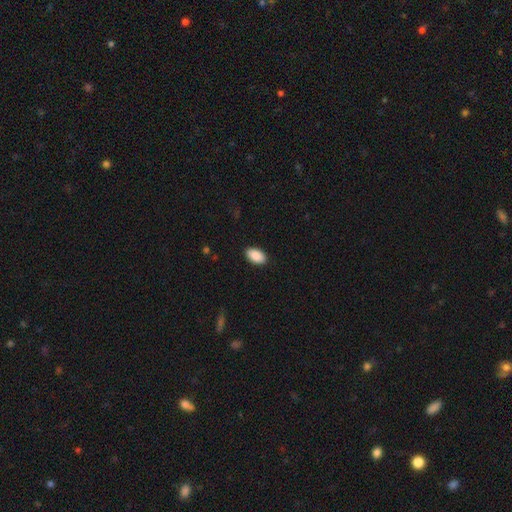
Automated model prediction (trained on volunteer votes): This is clearly a smooth galaxy (90%). How rounded: clearly in between (95%). Merging: clearly none (89%).